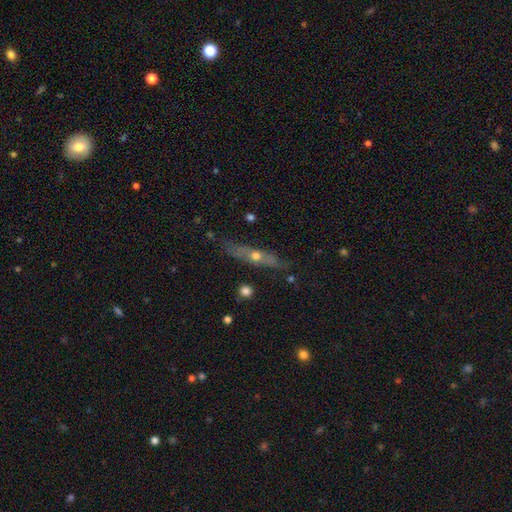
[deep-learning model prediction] Morphology: type=featured or disk (54%); edge-on=yes (73%); merging=none (74%).